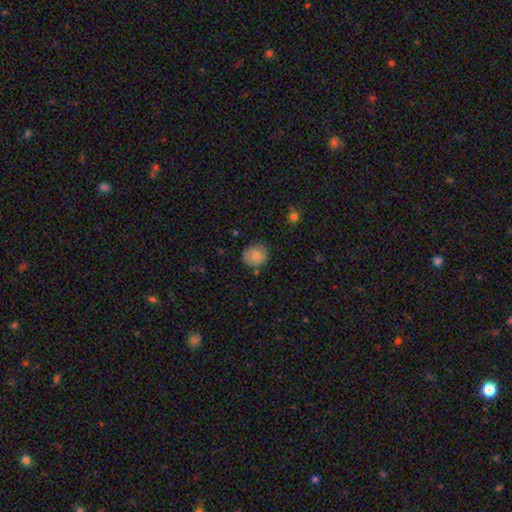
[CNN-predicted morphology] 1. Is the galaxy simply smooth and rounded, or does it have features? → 69% smooth, 23% featured or disk, 8% star or artifact.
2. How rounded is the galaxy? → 76% round, 23% in between, 1% cigar-shaped.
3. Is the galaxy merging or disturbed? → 77% none, 17% minor disturbance, 4% major disturbance, 2% merger.